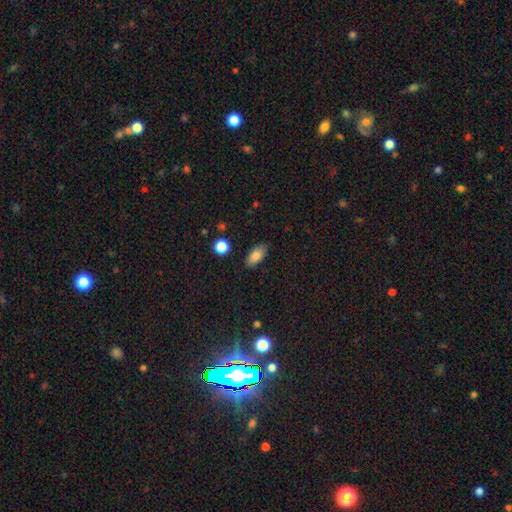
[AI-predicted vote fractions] smooth 84%, star or artifact 8%, featured or disk 7%. Down the decision tree: how rounded — in between (89%); merging — none (87%).